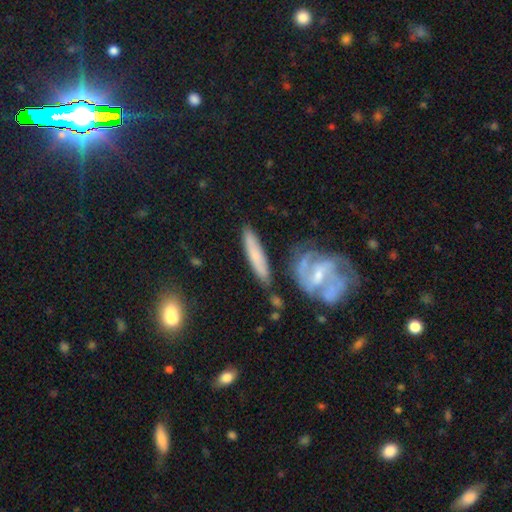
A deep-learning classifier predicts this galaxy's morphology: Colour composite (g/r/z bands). It shows a smooth galaxy with no disk features (50%). Merging: none (71%).